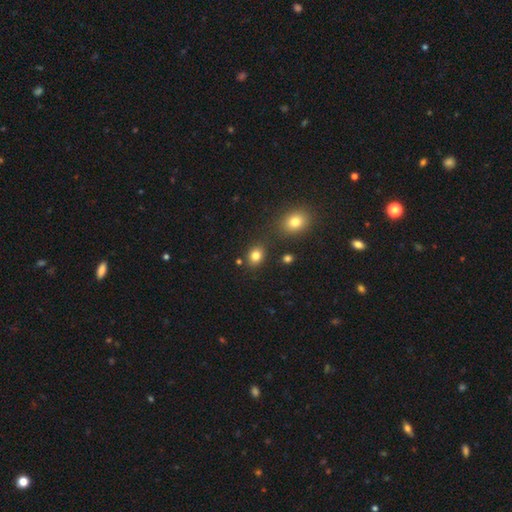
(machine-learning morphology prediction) Smooth or featured? Predicted: smooth (p=0.81). How rounded? Predicted: in between (p=0.51). Merging? Predicted: none (p=0.79).